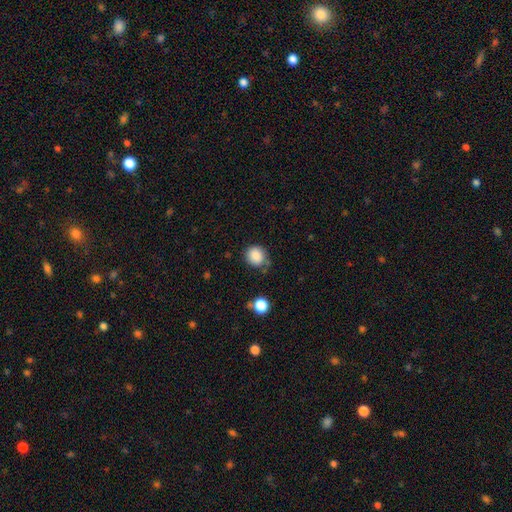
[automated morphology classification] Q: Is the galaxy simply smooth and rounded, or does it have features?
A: smooth — 86%.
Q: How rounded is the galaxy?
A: round — 82%.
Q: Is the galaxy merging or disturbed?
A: none — 69%.